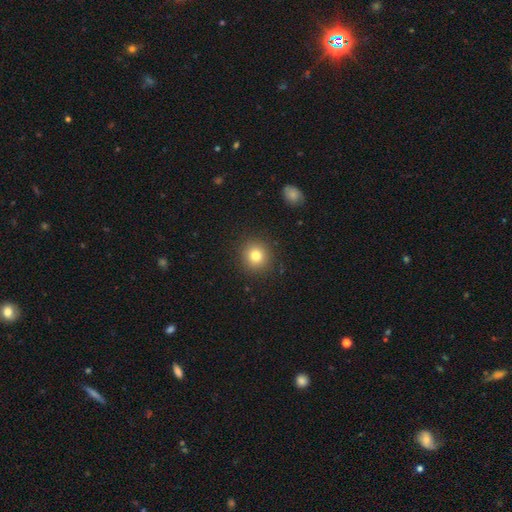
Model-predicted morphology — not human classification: Smooth or featured? Predicted: smooth (p=0.80). How rounded? Predicted: round (p=0.91). Merging? Predicted: none (p=0.90).